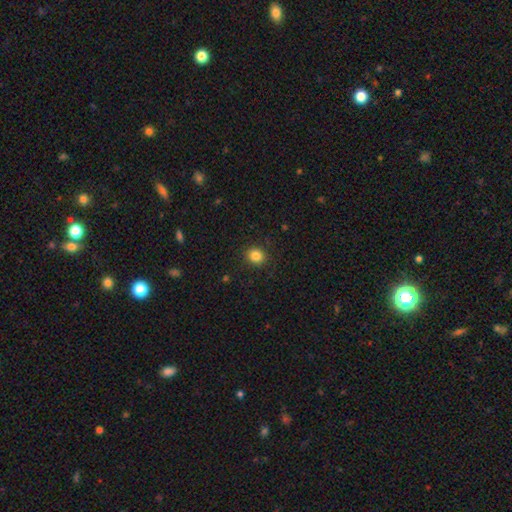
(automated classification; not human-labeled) The model was most divided on "how rounded": round: 82%, in between: 18%, cigar-shaped: 1%. More confident: merging — none (90%); smooth or featured — smooth (84%).